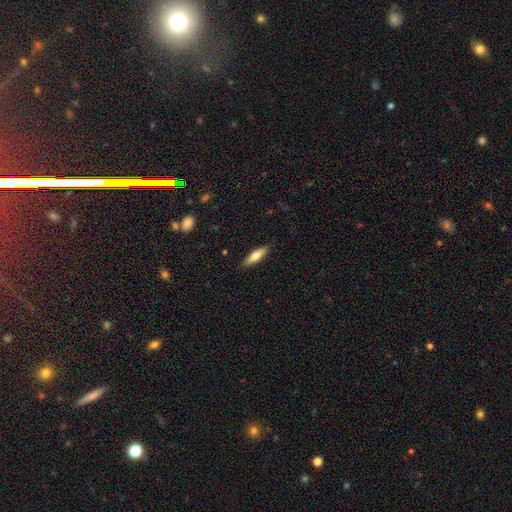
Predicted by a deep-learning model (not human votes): Smooth or featured?
  - smooth: 71% *
  - featured or disk: 23%
  - star or artifact: 6%
How rounded?
  - cigar-shaped: 63% *
  - in between: 35%
  - round: 2%
Merging?
  - none: 88% *
  - minor disturbance: 9%
  - major disturbance: 2%
  - merger: 1%